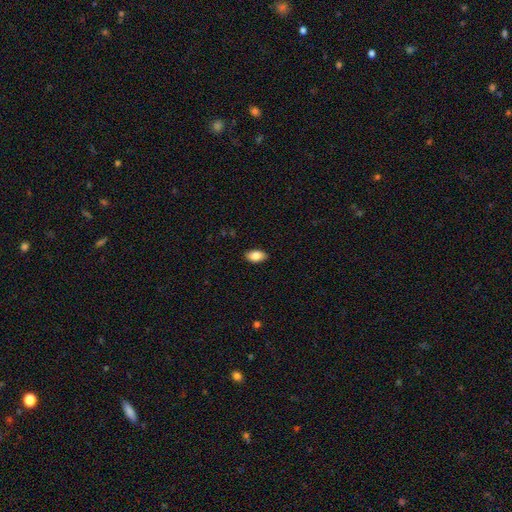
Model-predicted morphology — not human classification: This appears to be a smooth galaxy with no disk features (85%) that is in between round and cigar-shaped (92%). Merging: none (88%).